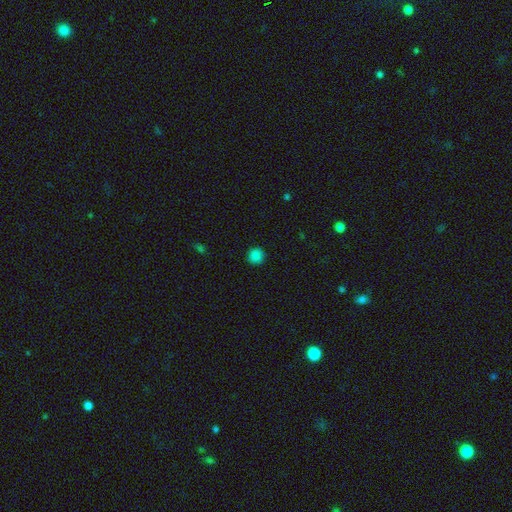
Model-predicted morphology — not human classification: This appears to be a smooth galaxy with no disk features (85%) that is round (93%). Merging: none (90%).